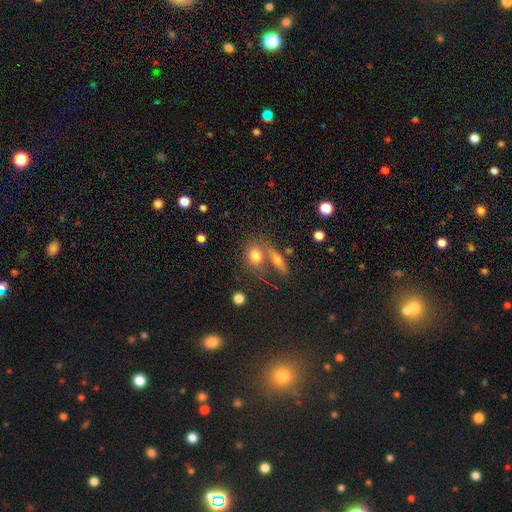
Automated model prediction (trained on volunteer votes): The model was most divided on "merging": none: 49%, merger: 36%, minor disturbance: 10%, major disturbance: 5%. More confident: smooth or featured — smooth (74%); how rounded — round (56%).